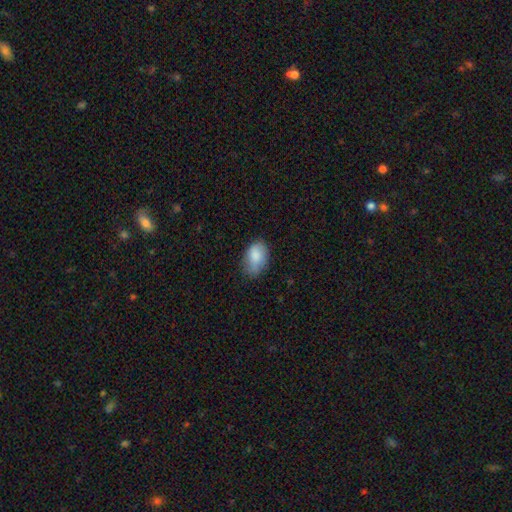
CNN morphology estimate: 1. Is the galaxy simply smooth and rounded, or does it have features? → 83% smooth, 10% featured or disk, 7% star or artifact.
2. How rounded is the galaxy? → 89% in between, 9% round, 1% cigar-shaped.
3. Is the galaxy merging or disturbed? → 62% none, 29% minor disturbance, 7% major disturbance, 1% merger.